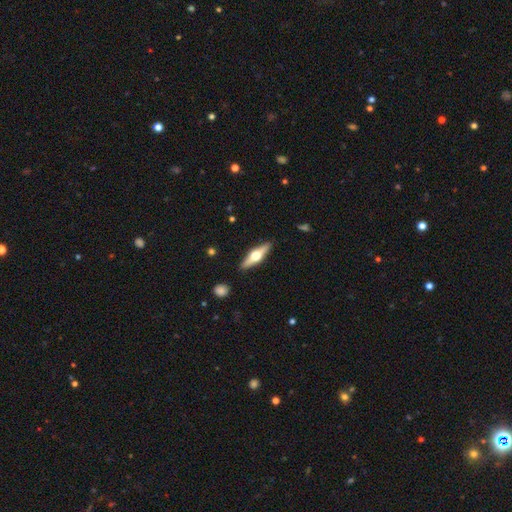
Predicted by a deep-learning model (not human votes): Smooth or featured? Predicted: featured or disk (p=0.62). Edge-on disk? Predicted: yes (p=0.95). Edge-on bulge? Predicted: rounded (p=0.96). Merging? Predicted: none (p=0.89).